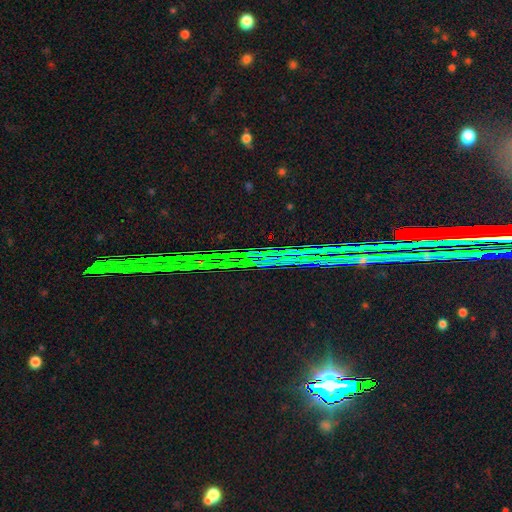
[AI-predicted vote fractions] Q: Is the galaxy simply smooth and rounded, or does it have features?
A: star or artifact — 85%.